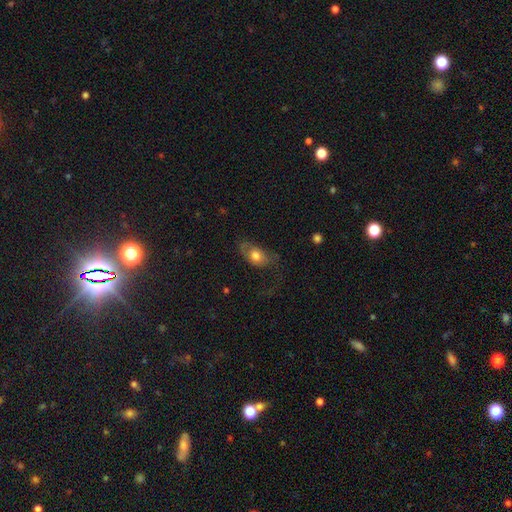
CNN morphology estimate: Smooth or featured: smooth — 64% (featured or disk — 28%)
How rounded: in between — 84% (round — 12%)
Merging: none — 40% (major disturbance — 33%)